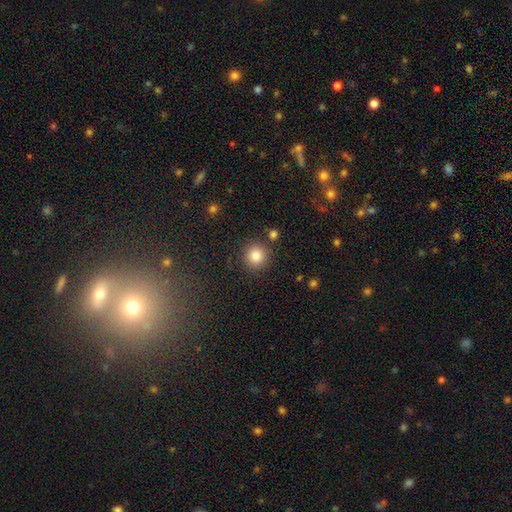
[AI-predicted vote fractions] This is clearly a smooth galaxy (85%). How rounded: clearly round (92%). Merging: clearly none (84%).